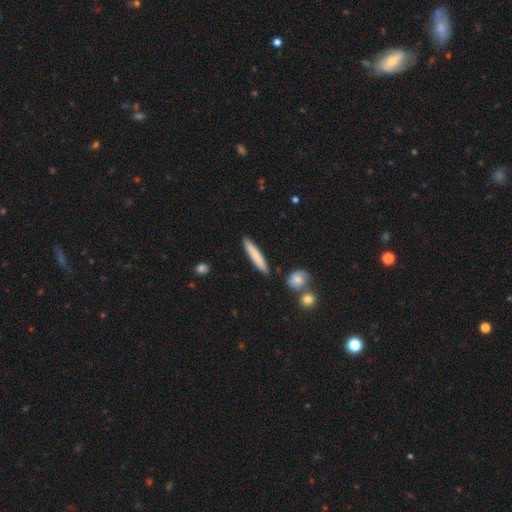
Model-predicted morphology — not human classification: A smooth galaxy with no disk features (76%) that is cigar-shaped (92%). Merging: none (89%).